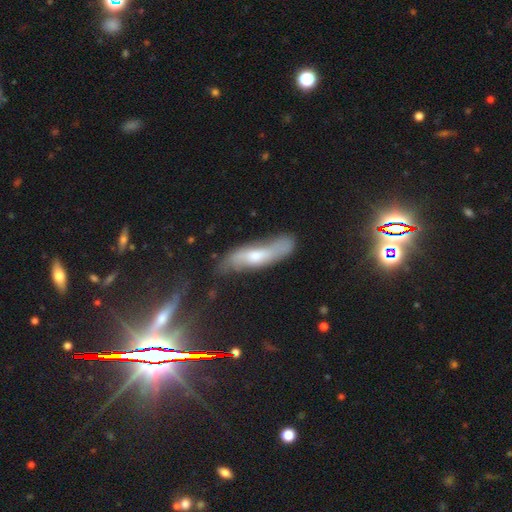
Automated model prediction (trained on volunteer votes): A featured or disk galaxy (53%).

Vote fractions:
- Smooth or featured? featured or disk: 53% / smooth: 37% / star or artifact: 10%
- Edge-on disk? no: 59% / yes: 41%
- Merging? none: 59% / minor disturbance: 27% / major disturbance: 10% / merger: 5%